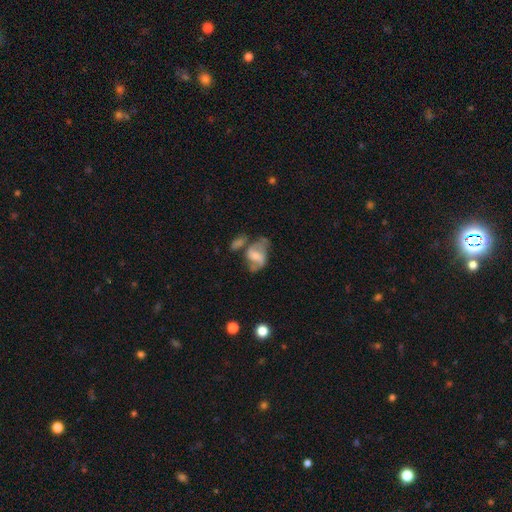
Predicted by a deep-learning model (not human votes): featured or disk 57%, smooth 35%, star or artifact 8%. Down the decision tree: edge-on disk — no (96%); bar — weak (43%); spiral arms — yes (72%); bulge size — moderate (36%); merging — none (37%).